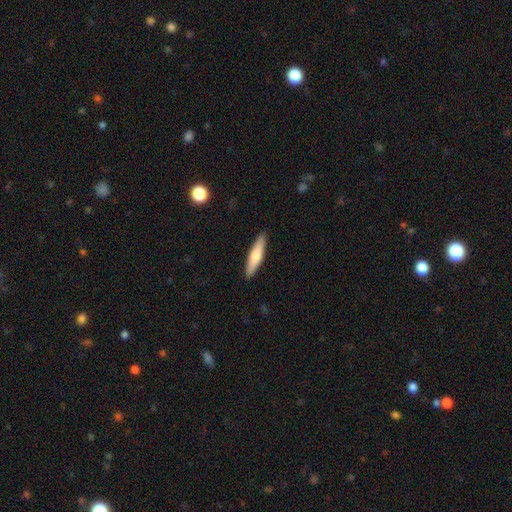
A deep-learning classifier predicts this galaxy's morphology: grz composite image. It shows a smooth galaxy with no disk features (66%) that is cigar-shaped (78%). Merging: none (91%).